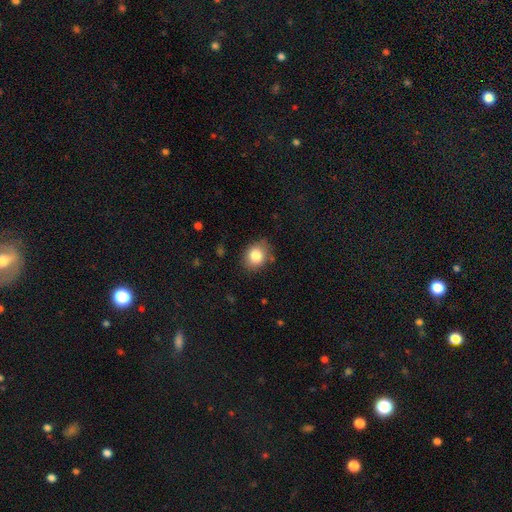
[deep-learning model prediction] Smooth or featured? Predicted: smooth (p=0.82). How rounded? Predicted: round (p=0.54). Merging? Predicted: none (p=0.80).